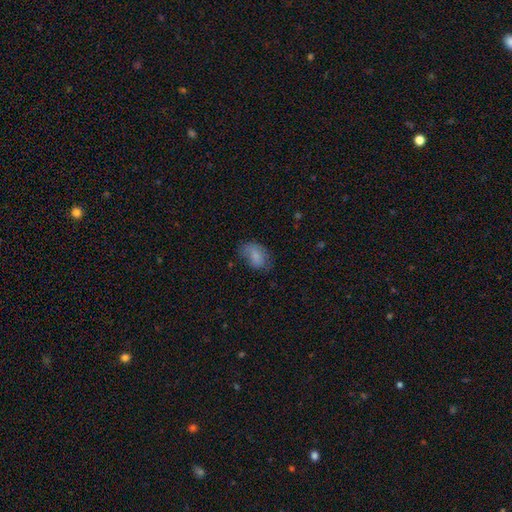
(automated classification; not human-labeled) This appears to be a smooth galaxy with no disk features (78%) that is in between round and cigar-shaped (85%). Merging: none (54%).